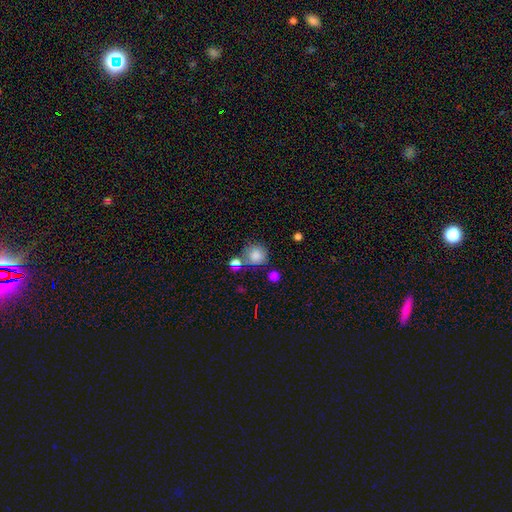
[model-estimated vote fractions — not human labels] Smooth or featured? Predicted: smooth (p=0.82). How rounded? Predicted: round (p=0.89). Merging? Predicted: none (p=0.67).